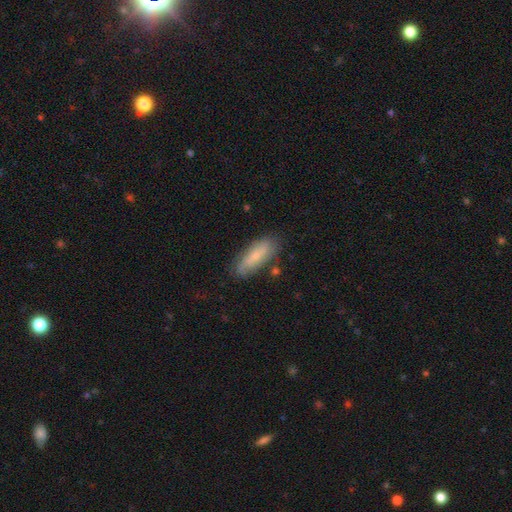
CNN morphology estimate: This is possibly a smooth galaxy (57%). How rounded: likely in between (63%). Merging: likely none (76%).